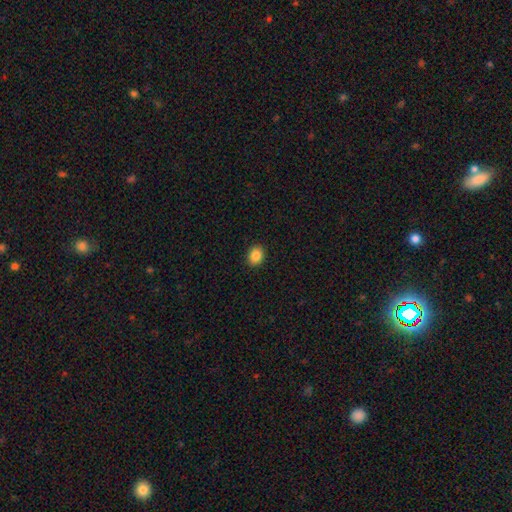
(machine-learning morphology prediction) A smooth galaxy with no disk features (86%) that is round (52%).

Vote fractions:
- Smooth or featured? smooth: 86% / star or artifact: 10% / featured or disk: 5%
- How rounded? round: 52% / in between: 47% / cigar-shaped: 1%
- Merging? none: 91% / minor disturbance: 6% / major disturbance: 2% / merger: 1%